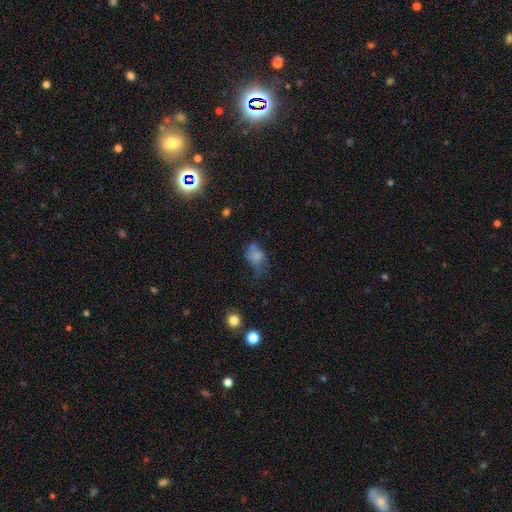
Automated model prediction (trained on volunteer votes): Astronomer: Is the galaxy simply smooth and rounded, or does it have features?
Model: smooth — 67%.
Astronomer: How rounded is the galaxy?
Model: in between — 73%.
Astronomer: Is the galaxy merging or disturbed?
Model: major disturbance — 33% (runner-up: minor disturbance, 30%).